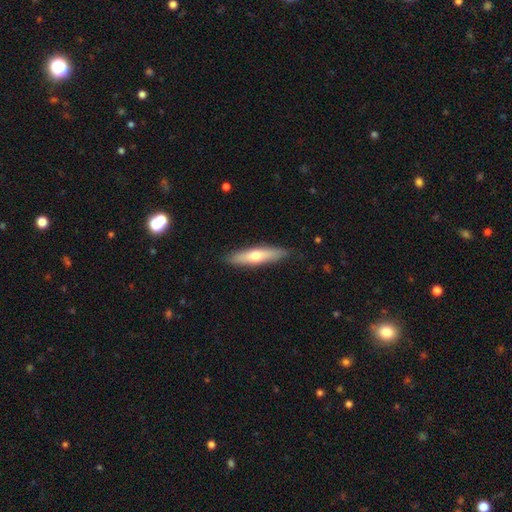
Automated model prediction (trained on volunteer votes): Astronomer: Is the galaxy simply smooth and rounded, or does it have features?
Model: smooth — 56% (runner-up: featured or disk, 39%).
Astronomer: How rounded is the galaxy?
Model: cigar-shaped — 76%.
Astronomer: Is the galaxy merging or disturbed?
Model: none — 87%.